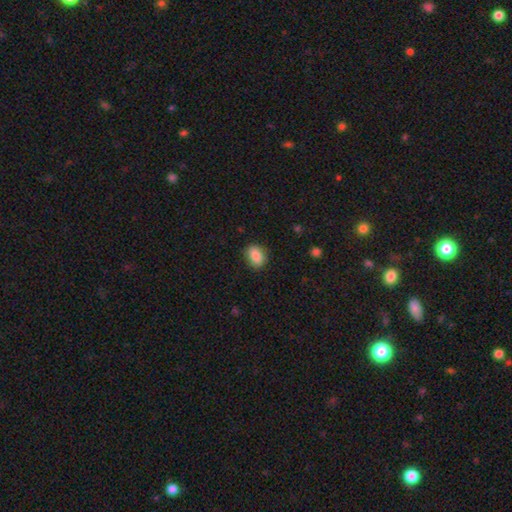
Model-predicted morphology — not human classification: Q: Smooth or featured?
A: smooth (87%); runner-up: star or artifact (8%)
Q: How rounded?
A: in between (74%); runner-up: round (24%)
Q: Merging?
A: none (85%); runner-up: minor disturbance (11%)